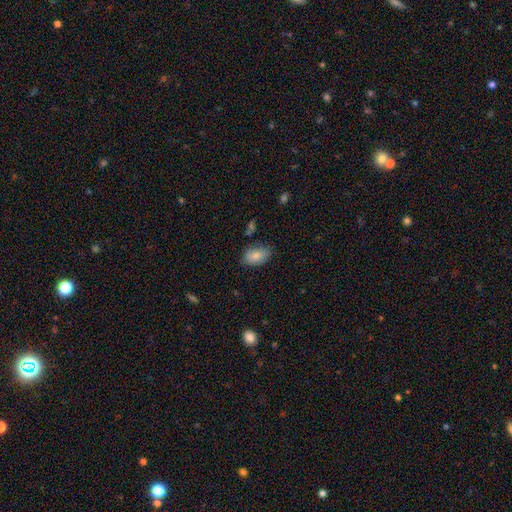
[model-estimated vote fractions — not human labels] Smooth or featured? smooth (82%)
How rounded? in between (89%)
Merging? none (76%)